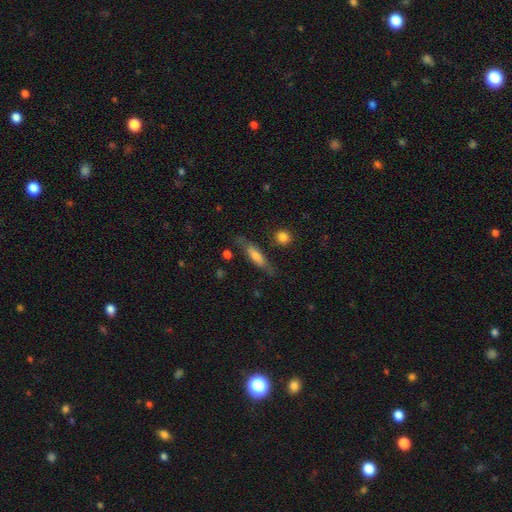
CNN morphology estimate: Smooth or featured: smooth — 60% (featured or disk — 32%)
How rounded: cigar-shaped — 64% (in between — 33%)
Merging: none — 70% (minor disturbance — 20%)